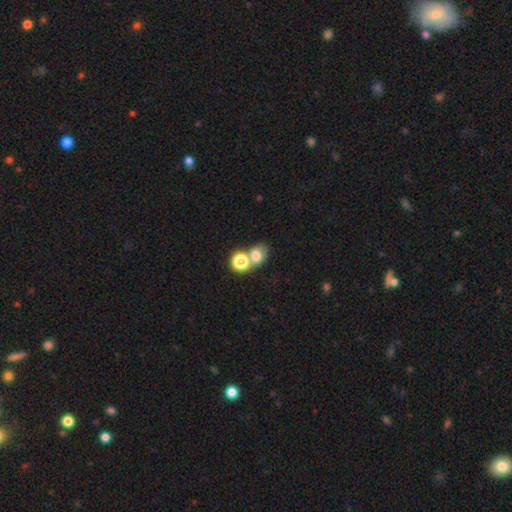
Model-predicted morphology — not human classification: Overall: smooth (72%). How rounded: round (51%; in between 48%). Merging: merger (45%; none 41%).